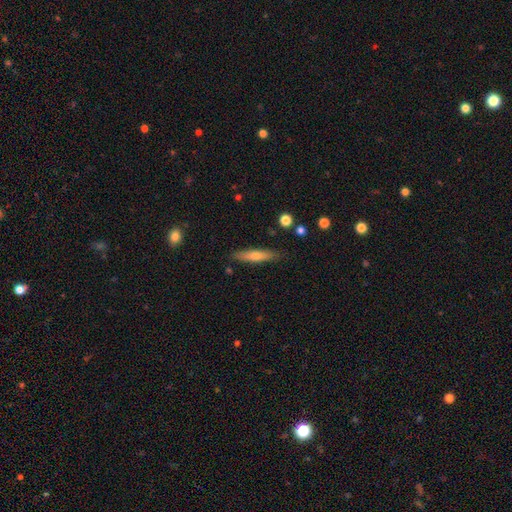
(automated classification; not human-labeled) This is possibly a smooth galaxy (56%). How rounded: clearly cigar-shaped (89%). Merging: clearly none (87%).